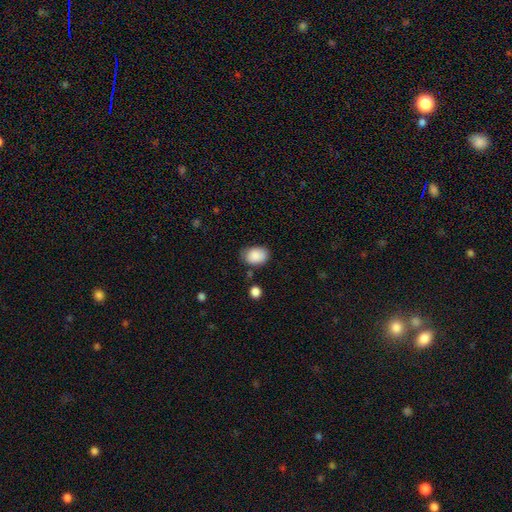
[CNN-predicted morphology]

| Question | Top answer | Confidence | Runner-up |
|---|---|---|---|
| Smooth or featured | smooth | 88% | star or artifact (7%) |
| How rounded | in between | 70% | round (29%) |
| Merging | none | 68% | minor disturbance (23%) |